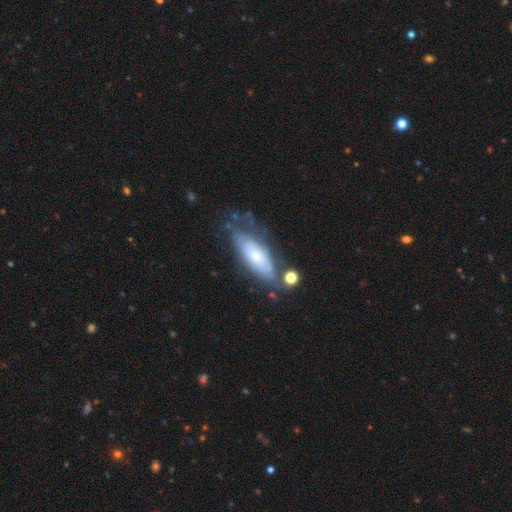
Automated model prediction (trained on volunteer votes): smooth_or_featured: smooth (p=0.48) [alt: featured or disk p=0.45]
merging: none (p=0.52) [alt: minor disturbance p=0.26]